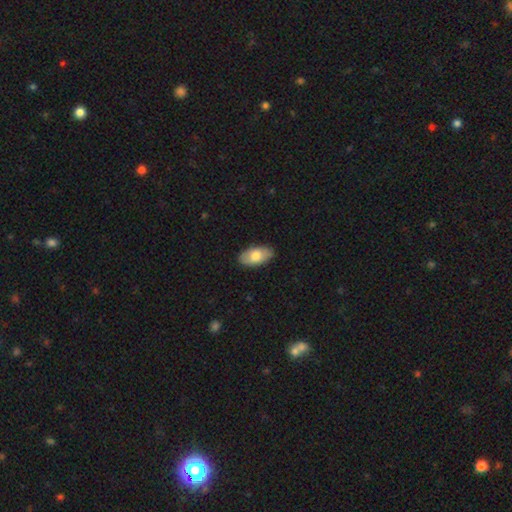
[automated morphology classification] The model was most divided on "smooth or featured": smooth: 75%, featured or disk: 19%, star or artifact: 6%. More confident: how rounded — in between (94%); merging — none (88%).